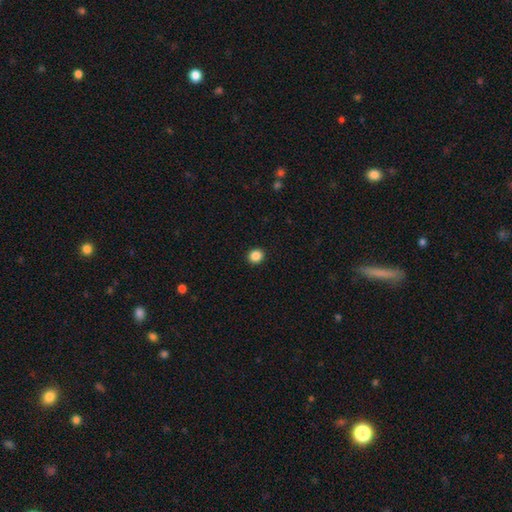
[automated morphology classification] Smooth or featured?
  - smooth: 87% *
  - star or artifact: 10%
  - featured or disk: 3%
How rounded?
  - round: 88% *
  - in between: 12%
  - cigar-shaped: 1%
Merging?
  - none: 93% *
  - minor disturbance: 4%
  - major disturbance: 2%
  - merger: 1%